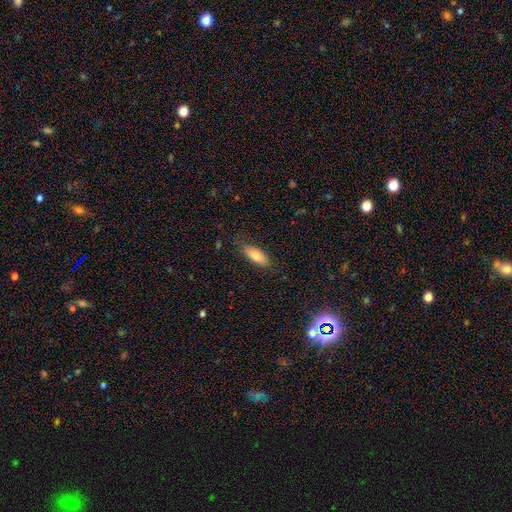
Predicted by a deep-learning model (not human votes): smooth-or-featured: smooth: 81% | featured or disk: 11% | star or artifact: 7%
  how-rounded: in between: 69% | cigar-shaped: 29% | round: 2%
  merging: none: 78% | minor disturbance: 17% | major disturbance: 4% | merger: 1%